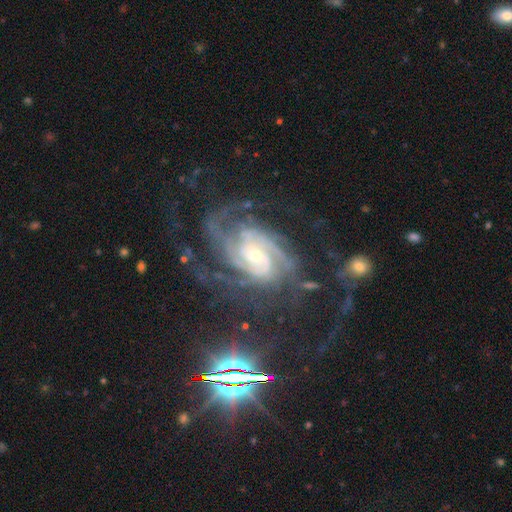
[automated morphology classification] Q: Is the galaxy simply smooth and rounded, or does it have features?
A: featured or disk — 88%.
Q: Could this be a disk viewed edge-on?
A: no — 97%.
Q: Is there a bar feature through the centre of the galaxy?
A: no — 63%.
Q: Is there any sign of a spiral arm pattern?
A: yes — 97%.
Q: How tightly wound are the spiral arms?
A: tight — 56%.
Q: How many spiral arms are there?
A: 2 — 24%, tied with 3.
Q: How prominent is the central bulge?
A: small — 59%.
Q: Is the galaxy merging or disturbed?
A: none — 59%.